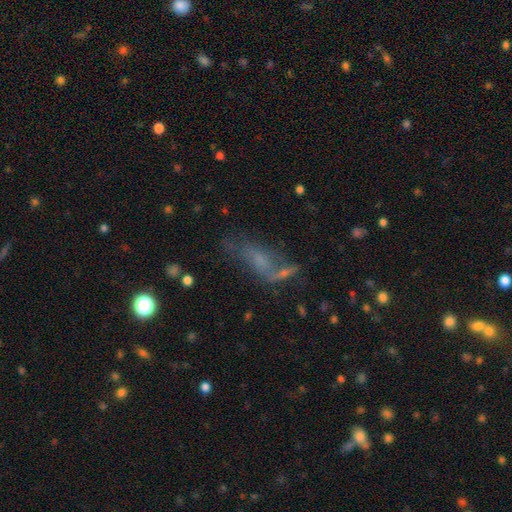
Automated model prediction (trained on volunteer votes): smooth_or_featured: smooth (p=0.51) [alt: featured or disk p=0.34]
how_rounded: in between (p=0.65) [alt: cigar-shaped p=0.29]
merging: none (p=0.32) [alt: major disturbance p=0.25]